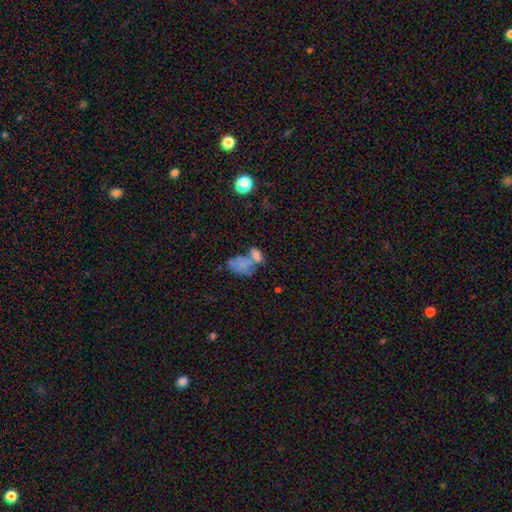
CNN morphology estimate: smooth_or_featured: smooth (p=0.69) [alt: featured or disk p=0.20]
how_rounded: in between (p=0.88) [alt: round p=0.09]
merging: merger (p=0.56) [alt: none p=0.23]